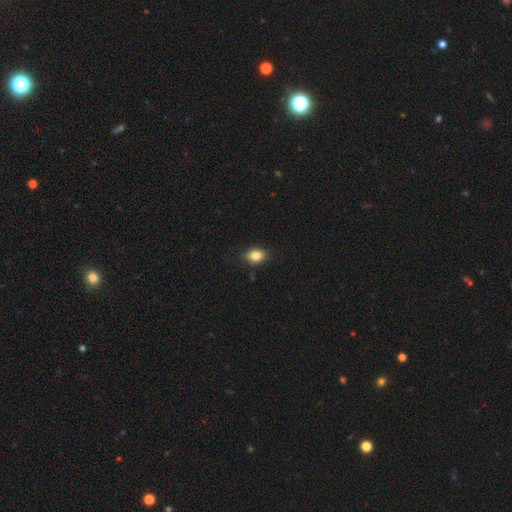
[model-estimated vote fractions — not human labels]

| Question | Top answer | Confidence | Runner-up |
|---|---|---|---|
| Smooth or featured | smooth | 84% | star or artifact (9%) |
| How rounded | in between | 79% | round (19%) |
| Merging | none | 85% | minor disturbance (11%) |